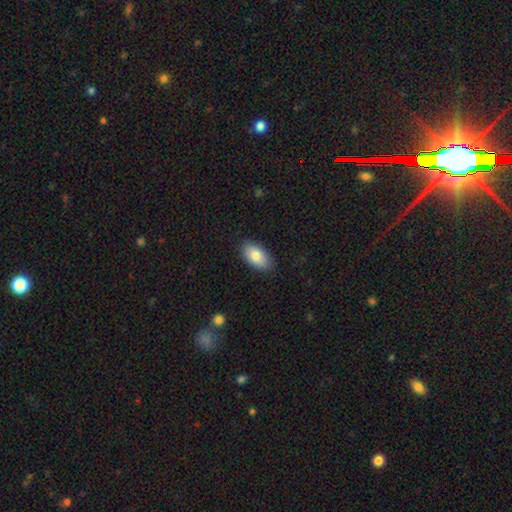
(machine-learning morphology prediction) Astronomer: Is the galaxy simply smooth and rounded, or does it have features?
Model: smooth — 82%.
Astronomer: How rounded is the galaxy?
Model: in between — 94%.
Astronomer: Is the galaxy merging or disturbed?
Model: none — 85%.